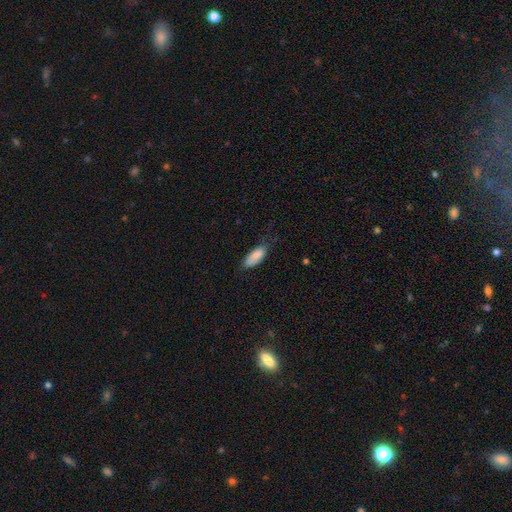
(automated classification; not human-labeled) Smooth or featured: smooth — 83% (featured or disk — 10%)
How rounded: in between — 81% (cigar-shaped — 17%)
Merging: none — 59% (minor disturbance — 32%)